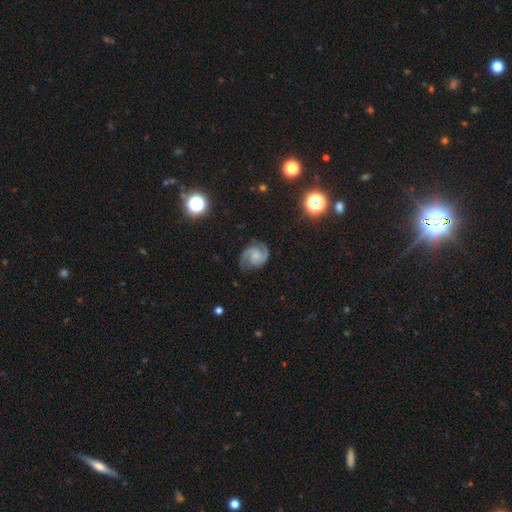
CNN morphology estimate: Smooth or featured? Predicted: featured or disk (p=0.87). Edge-on disk? Predicted: no (p=0.98). Bar? Predicted: no (p=0.65). Spiral arms? Predicted: yes (p=0.98). Spiral winding? Predicted: medium (p=0.55). Spiral arm count? Predicted: 2 (p=0.91). Bulge size? Predicted: small (p=0.52). Merging? Predicted: none (p=0.78).